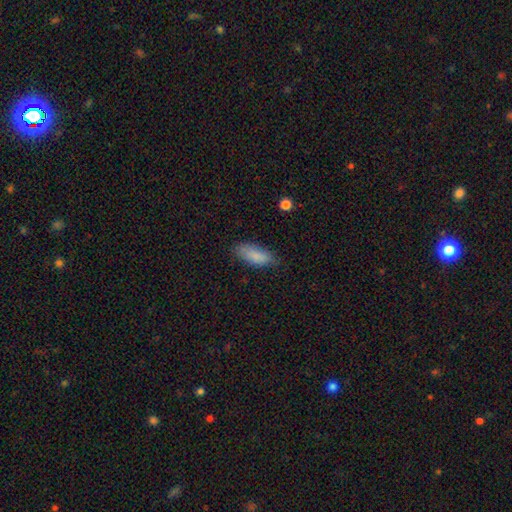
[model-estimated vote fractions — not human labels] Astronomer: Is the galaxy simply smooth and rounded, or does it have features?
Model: smooth — 85%.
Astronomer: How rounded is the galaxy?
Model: in between — 75%.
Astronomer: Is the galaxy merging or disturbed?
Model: none — 77%.